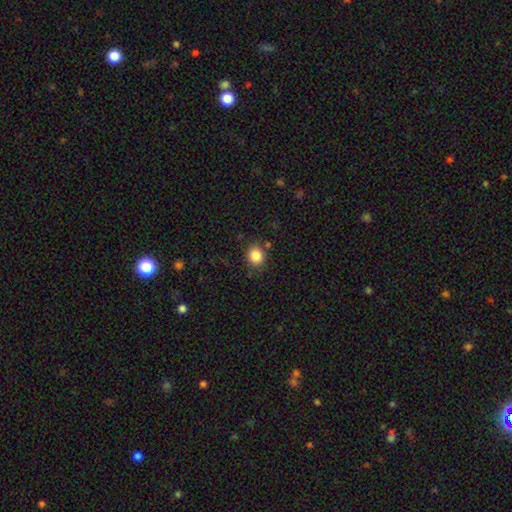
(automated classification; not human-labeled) Q: Smooth or featured?
A: smooth (85%); runner-up: star or artifact (10%)
Q: How rounded?
A: round (74%); runner-up: in between (25%)
Q: Merging?
A: none (82%); runner-up: minor disturbance (11%)